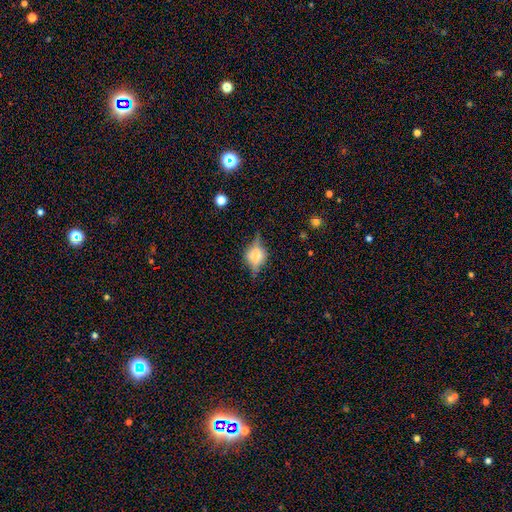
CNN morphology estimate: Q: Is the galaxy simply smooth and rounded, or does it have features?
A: featured or disk — 60%.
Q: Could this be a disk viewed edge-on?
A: yes — 92%.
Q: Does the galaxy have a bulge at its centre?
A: rounded — 88%.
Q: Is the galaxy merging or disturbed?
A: none — 73%.